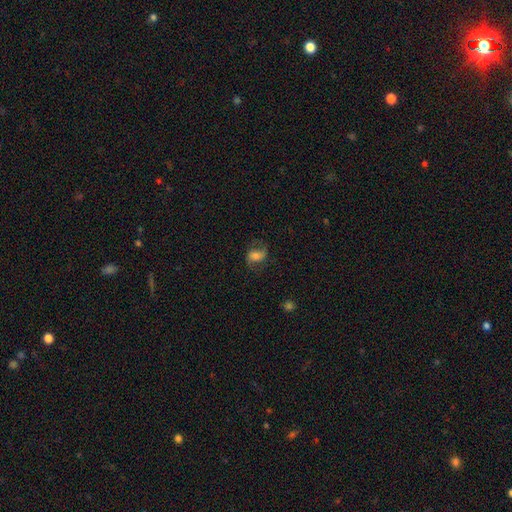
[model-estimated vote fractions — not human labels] This is marginally a featured or disk galaxy (45%, tied with smooth). Merging: likely none (64%).